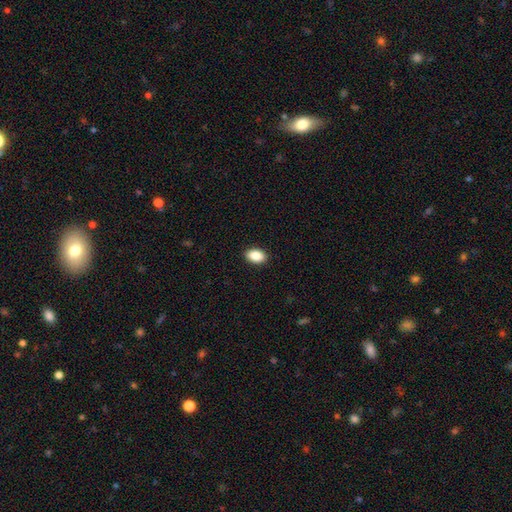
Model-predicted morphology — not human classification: type=smooth (89%); roundness=in between (89%); merging=none (90%).